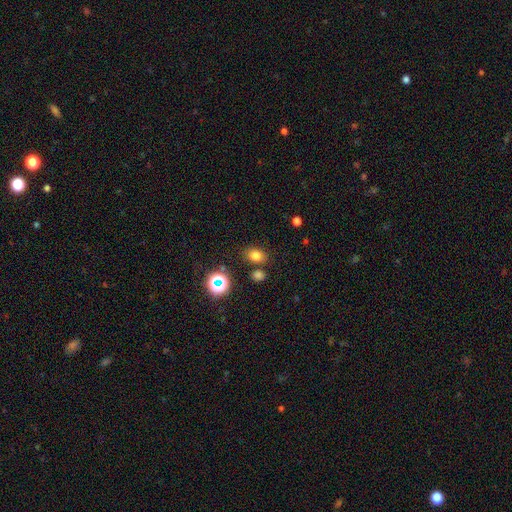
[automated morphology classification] Smooth or featured? Predicted: smooth (p=0.75). How rounded? Predicted: in between (p=0.64). Merging? Predicted: none (p=0.76).